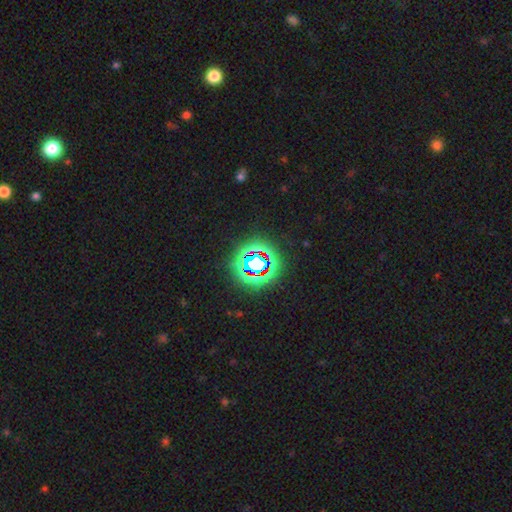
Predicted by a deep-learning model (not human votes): smooth-or-featured: star or artifact: 78% | smooth: 13% | featured or disk: 9%